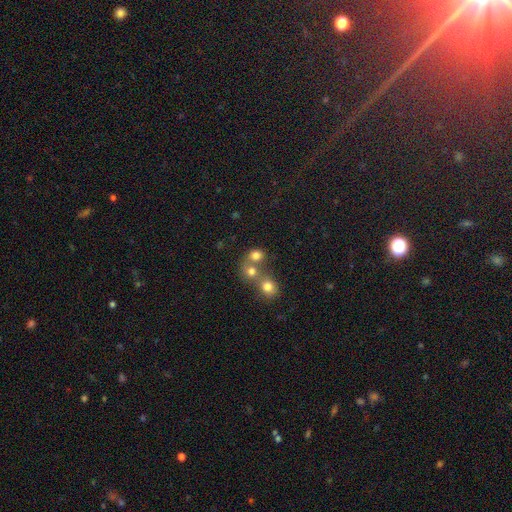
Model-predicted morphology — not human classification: The model was most divided on "merging": merger: 50%, none: 39%, minor disturbance: 6%, major disturbance: 4%. More confident: smooth or featured — smooth (76%); how rounded — round (73%).